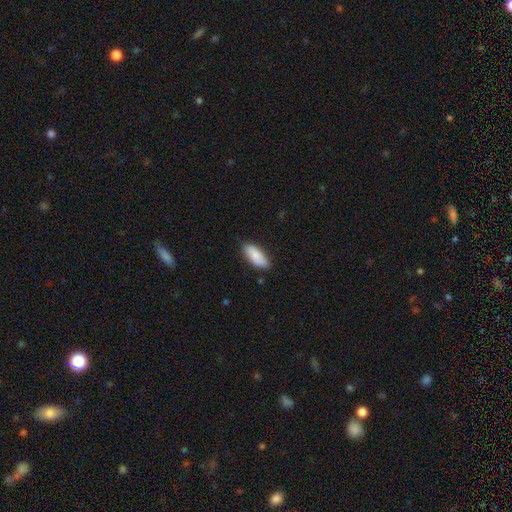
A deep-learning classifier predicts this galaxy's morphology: Smooth or featured?
  - smooth: 81% *
  - featured or disk: 13%
  - star or artifact: 6%
How rounded?
  - in between: 84% *
  - cigar-shaped: 14%
  - round: 2%
Merging?
  - none: 84% *
  - minor disturbance: 13%
  - major disturbance: 2%
  - merger: 1%